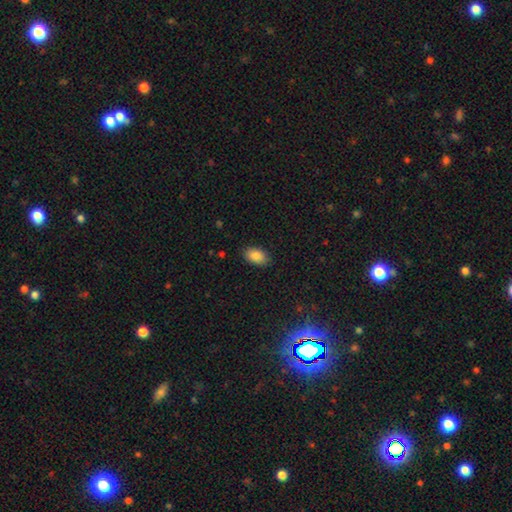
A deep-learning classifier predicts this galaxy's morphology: Q: Smooth or featured?
A: smooth (87%); runner-up: star or artifact (7%)
Q: How rounded?
A: in between (91%); runner-up: round (8%)
Q: Merging?
A: none (87%); runner-up: minor disturbance (10%)